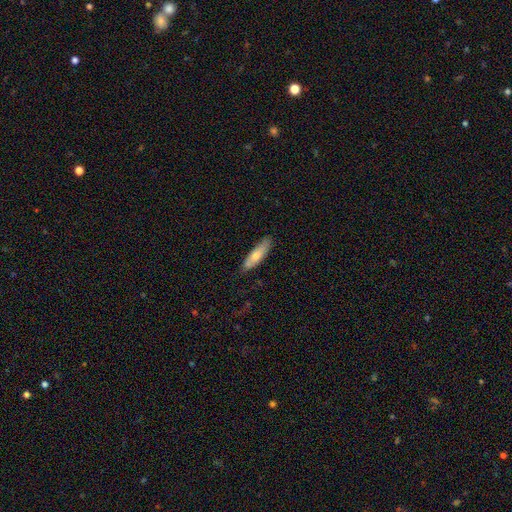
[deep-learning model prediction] Overall: smooth (64%; featured or disk 30%). How rounded: cigar-shaped (67%; in between 31%). Merging: none (80%).